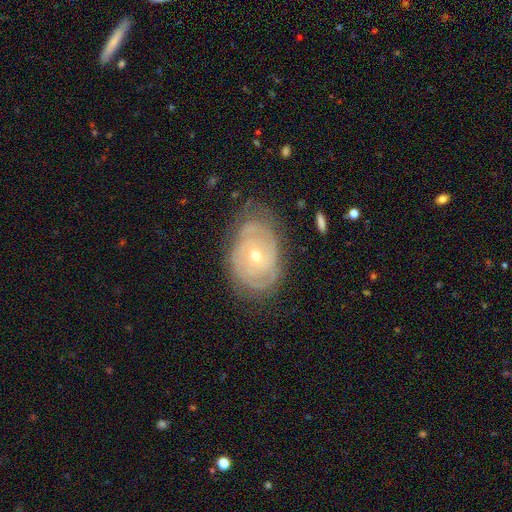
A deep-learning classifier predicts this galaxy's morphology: Smooth or featured: featured or disk — 82% (smooth — 12%)
Edge-on disk: no — 96% (yes — 4%)
Bar: no — 77% (weak — 18%)
Spiral arms: yes — 89% (no — 11%)
Spiral winding: tight — 78% (medium — 18%)
Spiral arm count: can't tell — 38% (2 — 29%)
Bulge size: small — 55% (moderate — 43%)
Merging: none — 70% (minor disturbance — 21%)